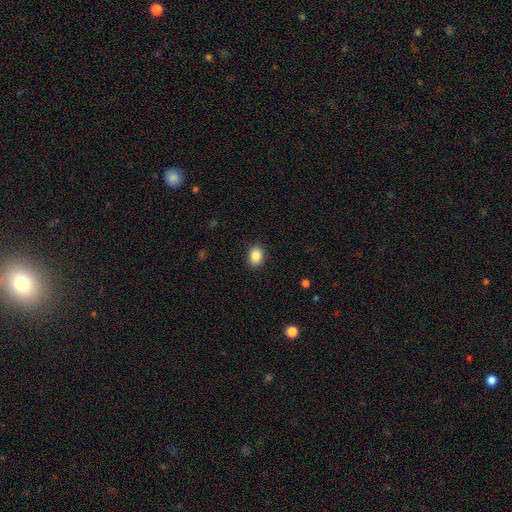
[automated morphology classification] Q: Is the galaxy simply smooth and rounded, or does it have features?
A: smooth — 87%.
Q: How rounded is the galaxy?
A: in between — 61%.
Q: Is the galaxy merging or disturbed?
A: none — 90%.